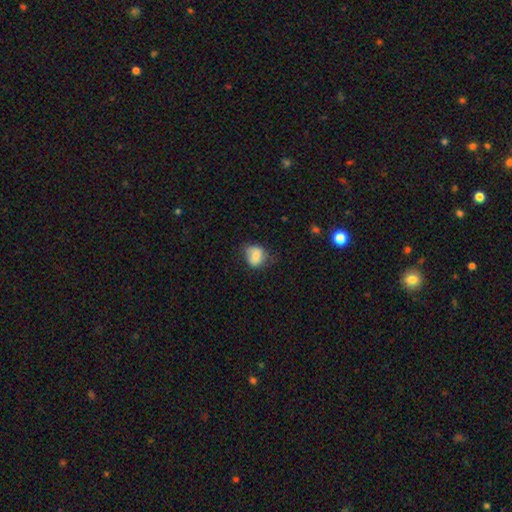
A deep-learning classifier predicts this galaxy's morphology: type=smooth (74%); roundness=round (62%); merging=none (59%).